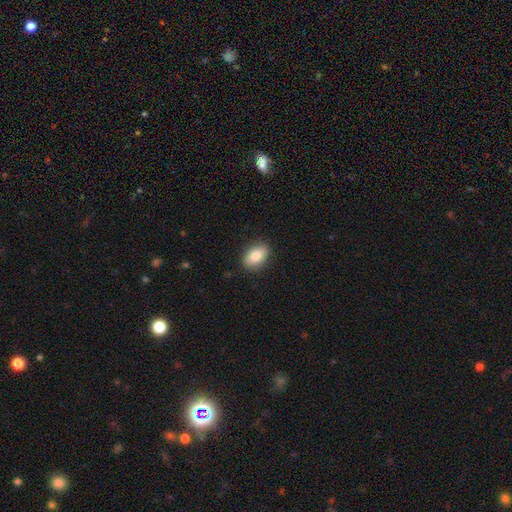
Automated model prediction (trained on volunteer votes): Overall: smooth (85%). How rounded: in between (88%). Merging: none (88%).